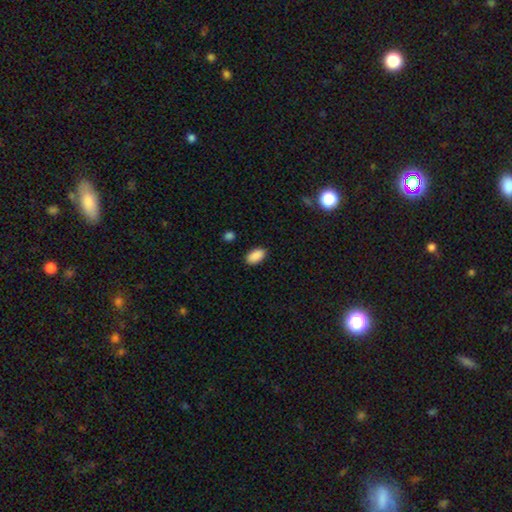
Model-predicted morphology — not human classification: smooth-or-featured: smooth: 90% | star or artifact: 7% | featured or disk: 3%
  how-rounded: in between: 94% | round: 4% | cigar-shaped: 2%
  merging: none: 88% | minor disturbance: 8% | major disturbance: 2% | merger: 1%